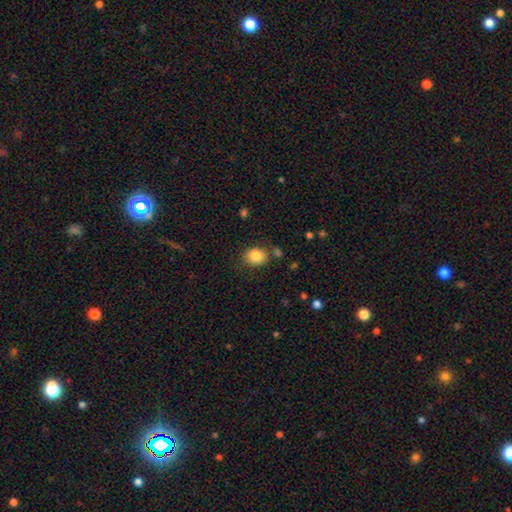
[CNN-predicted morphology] This appears to be a smooth galaxy with no disk features (84%) that is round (59%). Merging: none (79%).